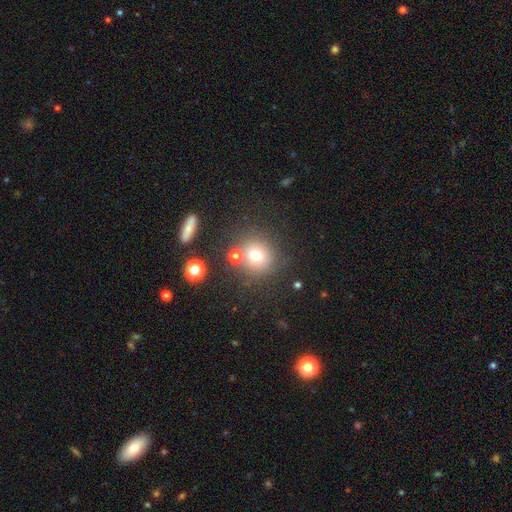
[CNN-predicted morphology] A smooth galaxy with no disk features (72%) that is round (88%). Merging: none (71%).